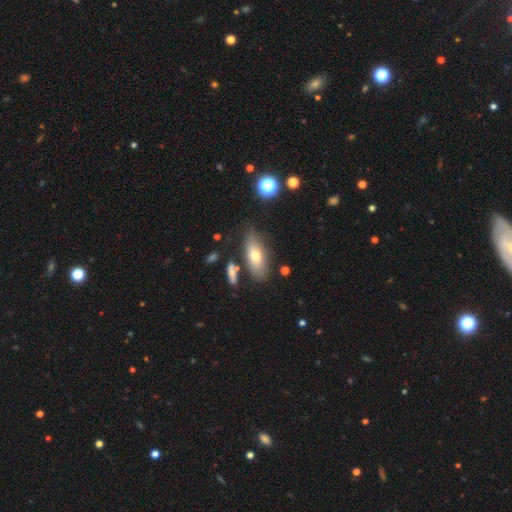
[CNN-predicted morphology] smooth_or_featured: smooth (p=0.66) [alt: featured or disk p=0.26]
how_rounded: in between (p=0.80) [alt: cigar-shaped p=0.16]
merging: none (p=0.74) [alt: minor disturbance p=0.16]